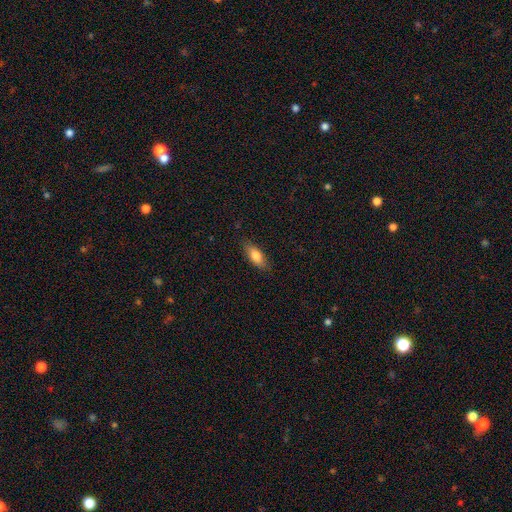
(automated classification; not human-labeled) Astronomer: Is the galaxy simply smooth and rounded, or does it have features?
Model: smooth — 77%.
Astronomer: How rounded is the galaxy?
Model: in between — 73%.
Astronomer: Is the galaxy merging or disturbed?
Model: none — 83%.